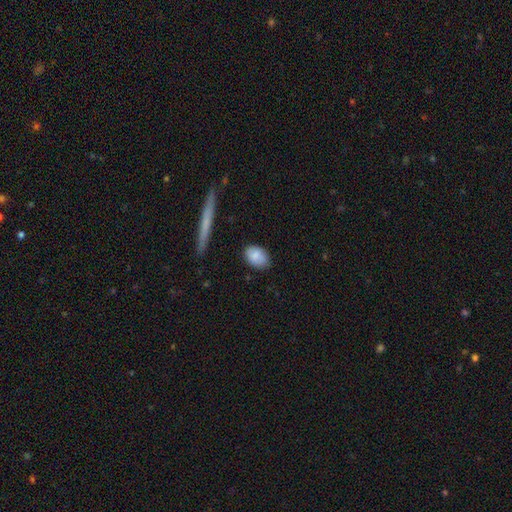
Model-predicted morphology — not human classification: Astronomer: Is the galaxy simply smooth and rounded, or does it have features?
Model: smooth — 83%.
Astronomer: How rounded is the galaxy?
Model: in between — 82%.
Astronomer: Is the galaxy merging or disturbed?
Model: none — 81%.